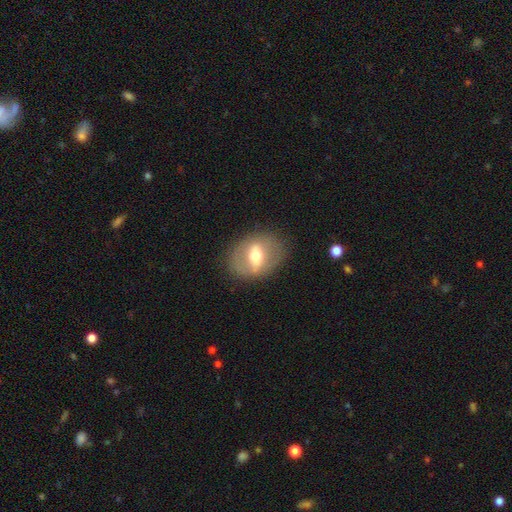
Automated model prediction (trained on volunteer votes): Smooth or featured? featured or disk (49%)
Merging? none (81%)